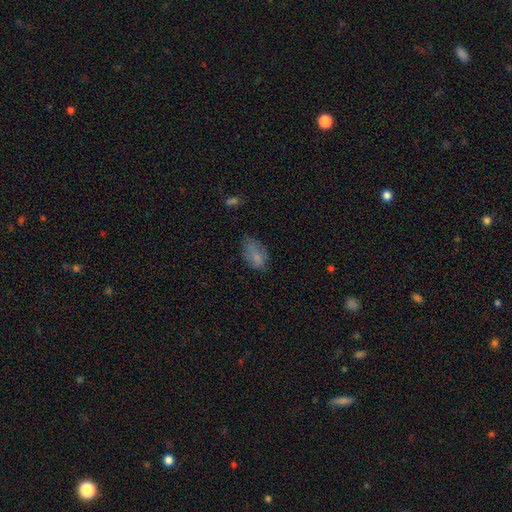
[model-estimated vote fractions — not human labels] This appears to be a smooth galaxy with no disk features (74%) that is in between round and cigar-shaped (91%). Merging: none (55%).